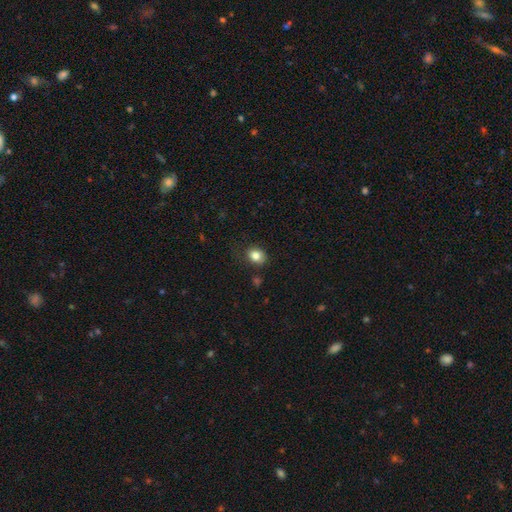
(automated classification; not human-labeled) A smooth galaxy with no disk features (83%) that is round (55%).

Vote fractions:
- Smooth or featured? smooth: 83% / star or artifact: 10% / featured or disk: 7%
- How rounded? round: 55% / in between: 44% / cigar-shaped: 1%
- Merging? none: 78% / minor disturbance: 16% / major disturbance: 4% / merger: 2%